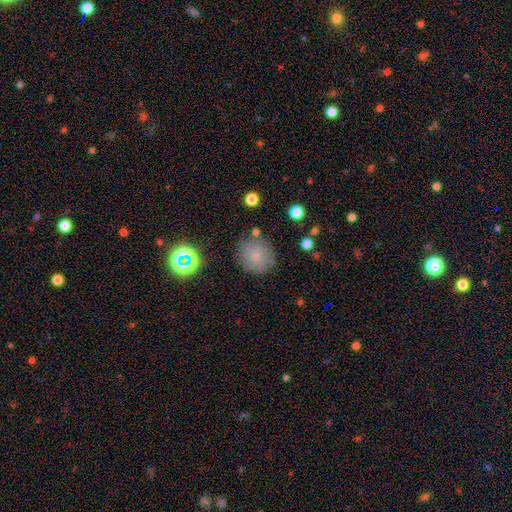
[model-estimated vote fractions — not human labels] Overall: smooth (76%). How rounded: round (85%). Merging: none (78%).